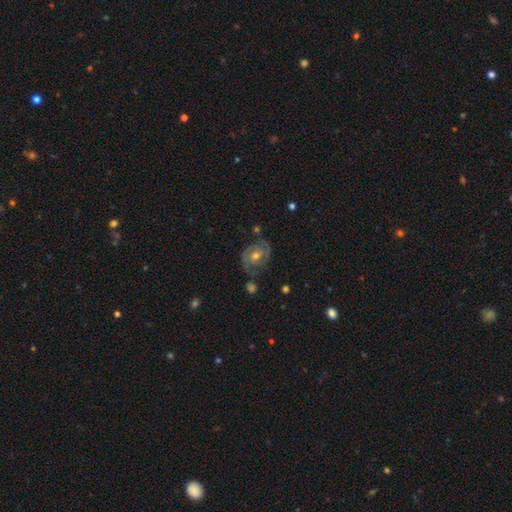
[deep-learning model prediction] Morphology: type=featured or disk (80%); edge-on=no (97%); bar=no (62%); spiral arms=yes (92%); winding=tight (49%); arm count=2 (81%); bulge=moderate (66%); merging=none (75%).